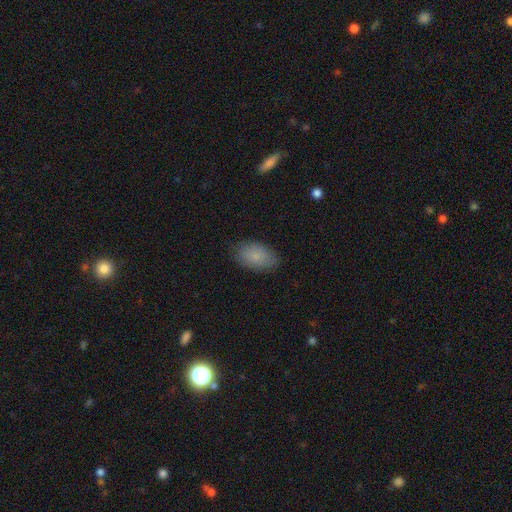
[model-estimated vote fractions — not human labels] Morphology: type=smooth (83%); roundness=in between (92%); merging=none (82%).